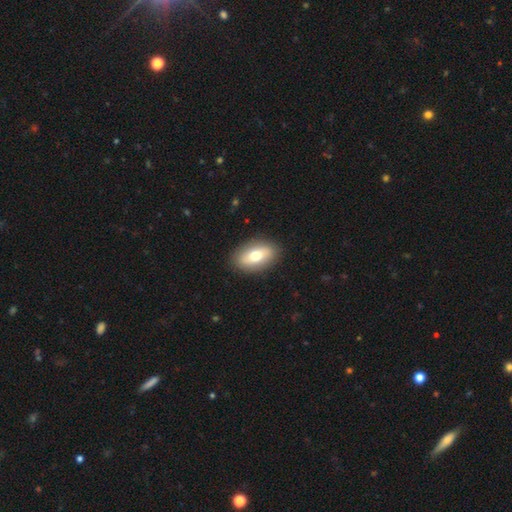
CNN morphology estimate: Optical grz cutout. It shows a smooth galaxy with no disk features (68%) that is in between round and cigar-shaped (89%). Merging: none (89%).